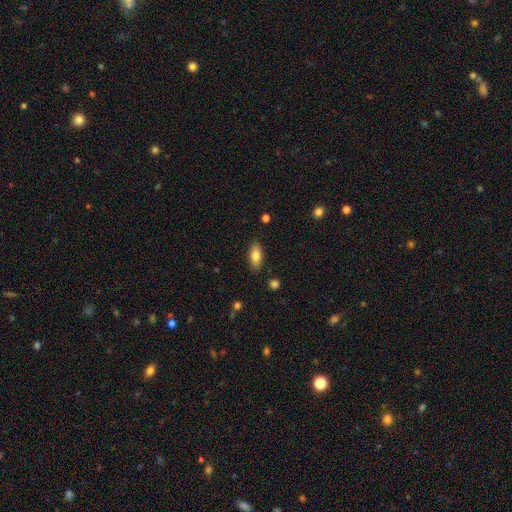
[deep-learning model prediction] smooth-or-featured: smooth: 81% | featured or disk: 12% | star or artifact: 7%
  how-rounded: in between: 84% | cigar-shaped: 13% | round: 3%
  merging: none: 87% | minor disturbance: 10% | major disturbance: 2% | merger: 1%